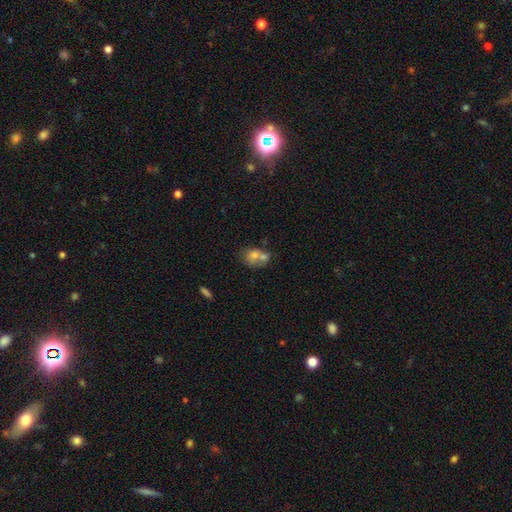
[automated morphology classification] A smooth galaxy with no disk features (69%) that is round (50%).

Vote fractions:
- Smooth or featured? smooth: 69% / featured or disk: 21% / star or artifact: 10%
- How rounded? round: 50% / in between: 49% / cigar-shaped: 1%
- Merging? merger: 60% / none: 25% / minor disturbance: 10% / major disturbance: 5%